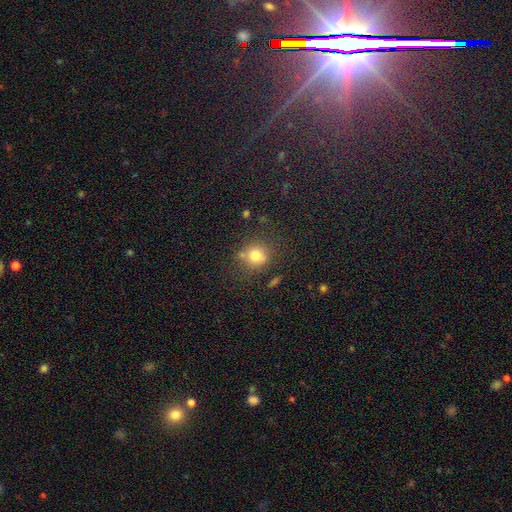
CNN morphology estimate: Smooth or featured? Predicted: smooth (p=0.76). How rounded? Predicted: round (p=0.83). Merging? Predicted: none (p=0.72).